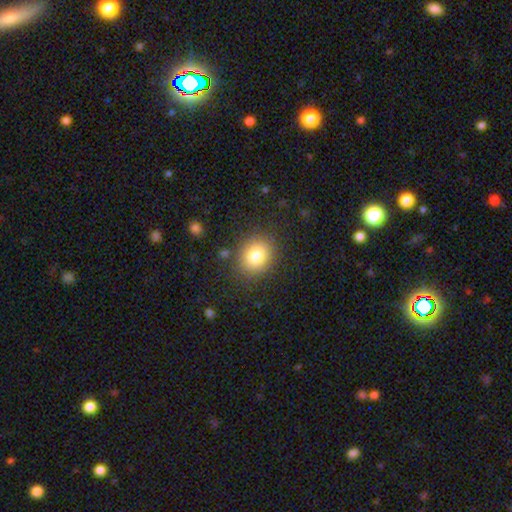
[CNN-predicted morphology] Smooth or featured?
  - smooth: 80% *
  - star or artifact: 11%
  - featured or disk: 9%
How rounded?
  - round: 68% *
  - in between: 31%
  - cigar-shaped: 1%
Merging?
  - none: 85% *
  - minor disturbance: 10%
  - major disturbance: 4%
  - merger: 2%